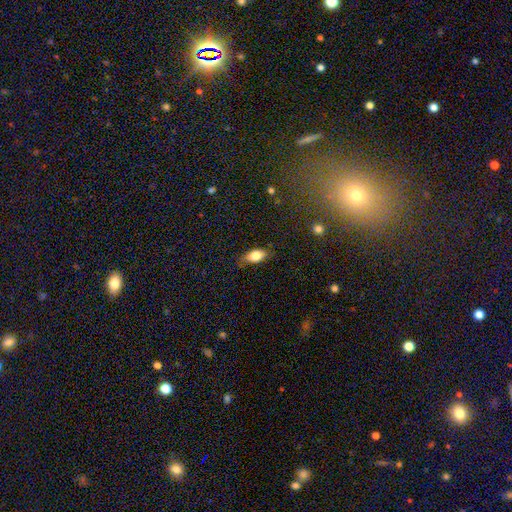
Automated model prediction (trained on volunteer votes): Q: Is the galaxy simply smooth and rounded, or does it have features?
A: smooth — 81%.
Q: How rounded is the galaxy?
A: in between — 89%.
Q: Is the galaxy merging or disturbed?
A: none — 76%.